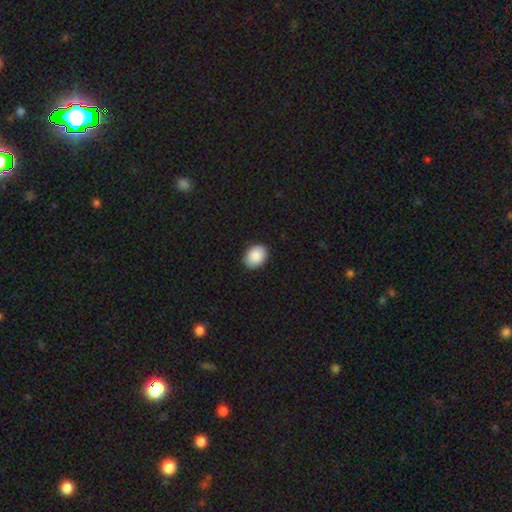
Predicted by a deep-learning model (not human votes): A smooth galaxy with no disk features (90%) that is in between round and cigar-shaped (71%). Merging: none (89%).